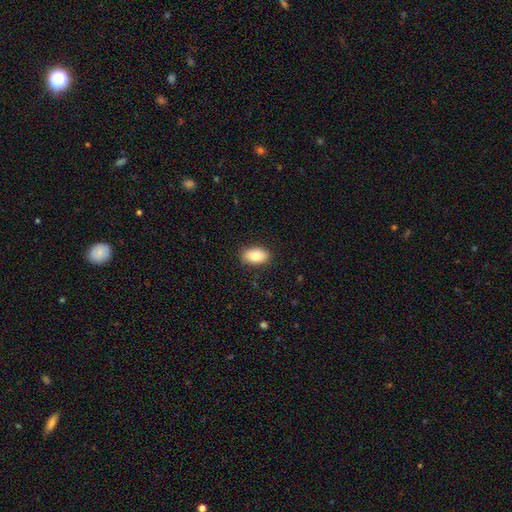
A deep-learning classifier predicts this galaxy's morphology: Smooth or featured?
  - smooth: 83% *
  - featured or disk: 10%
  - star or artifact: 7%
How rounded?
  - in between: 92% *
  - round: 6%
  - cigar-shaped: 2%
Merging?
  - none: 87% *
  - minor disturbance: 10%
  - major disturbance: 2%
  - merger: 1%